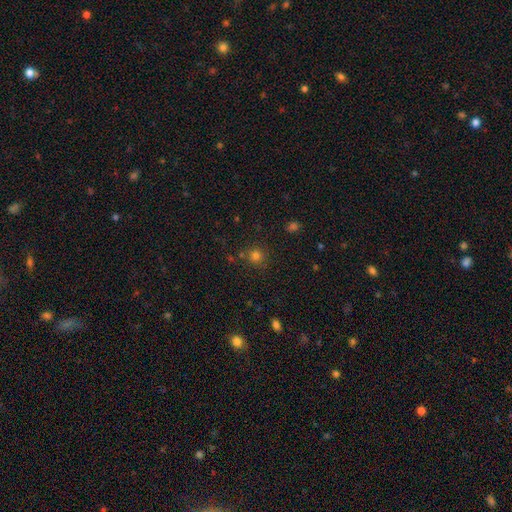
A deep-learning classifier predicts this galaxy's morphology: This appears to be a smooth galaxy with no disk features (78%) that is round (91%). Merging: none (79%).